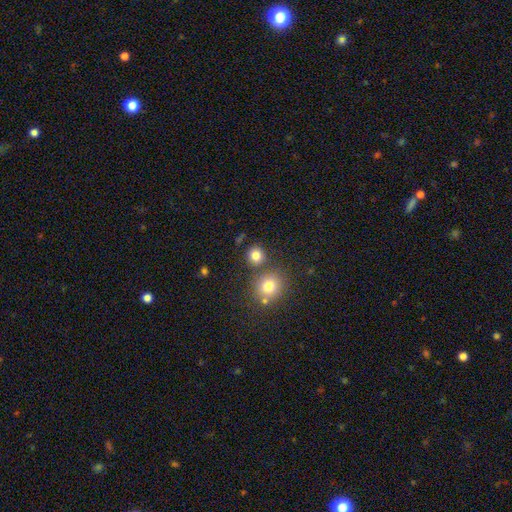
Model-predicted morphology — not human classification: Smooth or featured? Predicted: smooth (p=0.81). How rounded? Predicted: round (p=0.88). Merging? Predicted: none (p=0.77).